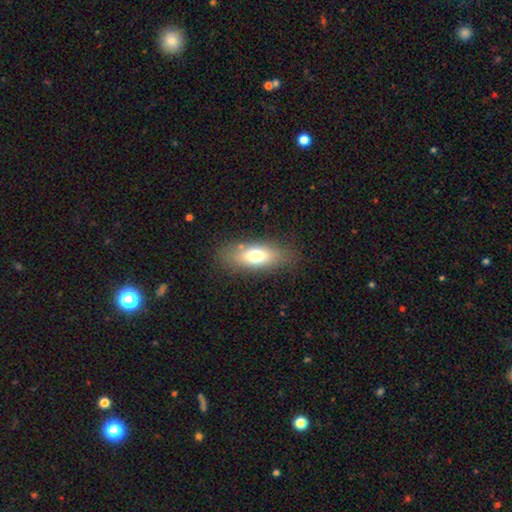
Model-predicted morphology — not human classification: type=smooth (70%); roundness=in between (78%); merging=none (80%).